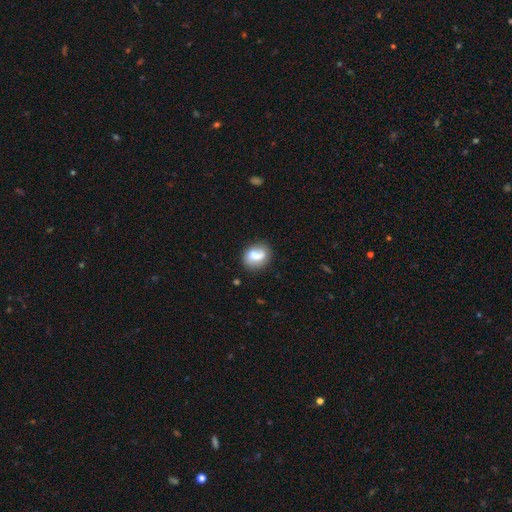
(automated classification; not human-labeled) This appears to be a smooth galaxy with no disk features (68%) that is in between round and cigar-shaped (52%). Merging: none (58%).